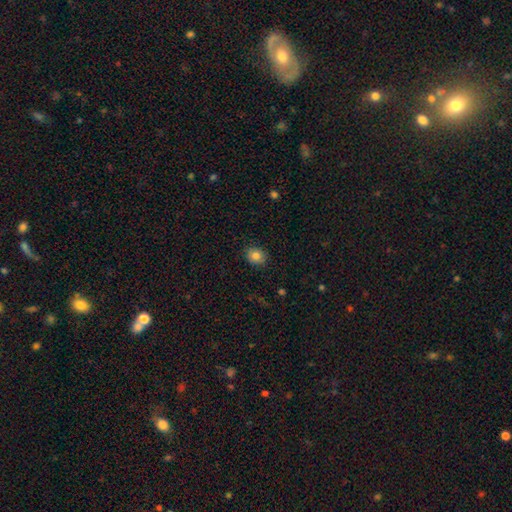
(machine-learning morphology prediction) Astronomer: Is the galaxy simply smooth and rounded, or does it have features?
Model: smooth — 82%.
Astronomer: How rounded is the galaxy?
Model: round — 67%.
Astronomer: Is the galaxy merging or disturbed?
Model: none — 89%.